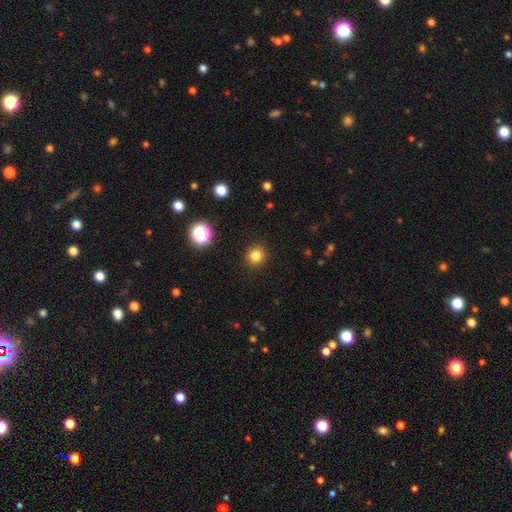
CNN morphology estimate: Smooth or featured?
  - smooth: 82% *
  - star or artifact: 13%
  - featured or disk: 5%
How rounded?
  - round: 92% *
  - in between: 7%
  - cigar-shaped: 1%
Merging?
  - none: 92% *
  - minor disturbance: 5%
  - major disturbance: 2%
  - merger: 1%